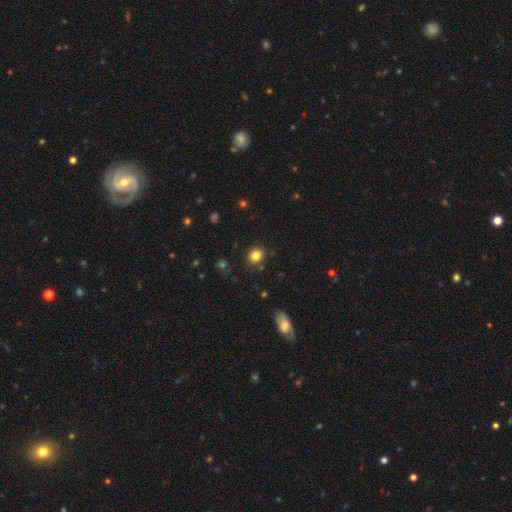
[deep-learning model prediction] Smooth or featured? smooth (83%)
How rounded? round (81%)
Merging? none (87%)